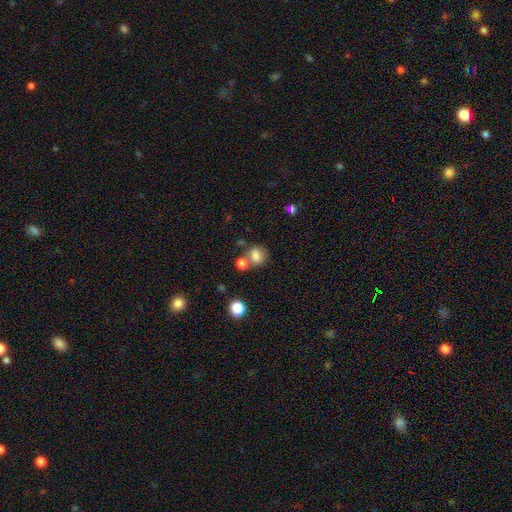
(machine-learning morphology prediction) Smooth or featured?
  - smooth: 79% *
  - star or artifact: 12%
  - featured or disk: 9%
How rounded?
  - round: 60% *
  - in between: 39%
  - cigar-shaped: 1%
Merging?
  - none: 51% *
  - merger: 29%
  - minor disturbance: 13%
  - major disturbance: 6%